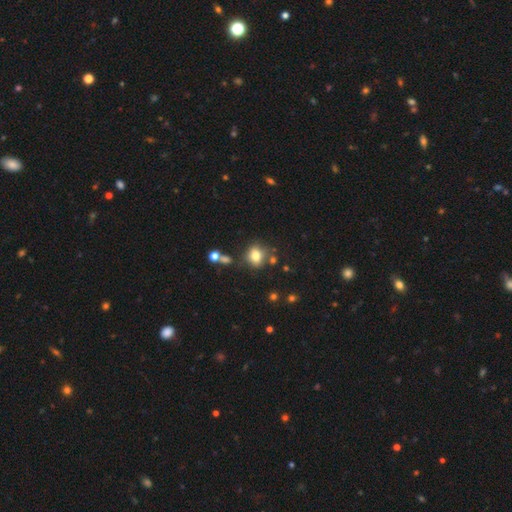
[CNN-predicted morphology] Smooth or featured? smooth (78%)
How rounded? round (61%)
Merging? none (69%)